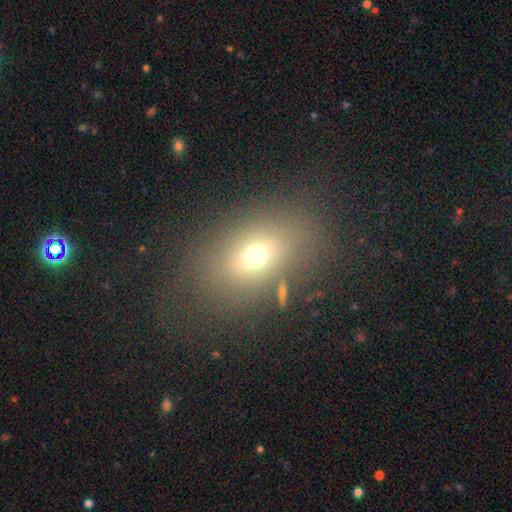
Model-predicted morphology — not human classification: smooth_or_featured: smooth (p=0.66) [alt: featured or disk p=0.17]
how_rounded: in between (p=0.74) [alt: round p=0.24]
merging: none (p=0.72) [alt: minor disturbance p=0.13]